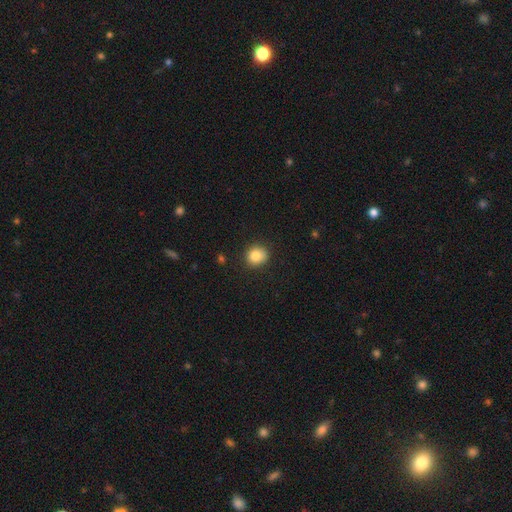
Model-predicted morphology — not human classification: smooth 85%, star or artifact 10%, featured or disk 6%. Down the decision tree: how rounded — round (84%); merging — none (86%).